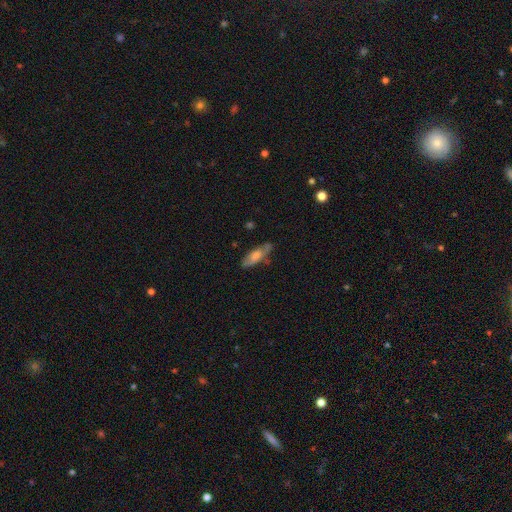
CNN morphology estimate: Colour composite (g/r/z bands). It shows a smooth galaxy with no disk features (57%) that is in between round and cigar-shaped (58%). Merging: none (66%).